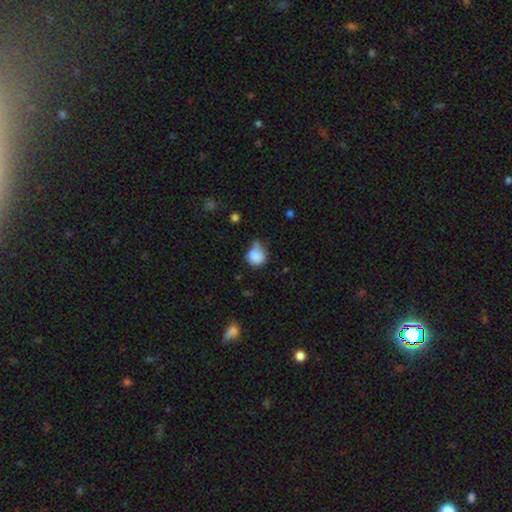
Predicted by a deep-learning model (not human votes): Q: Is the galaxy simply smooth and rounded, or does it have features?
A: smooth — 85%.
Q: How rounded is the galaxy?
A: round — 81%.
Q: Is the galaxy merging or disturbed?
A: none — 47%.